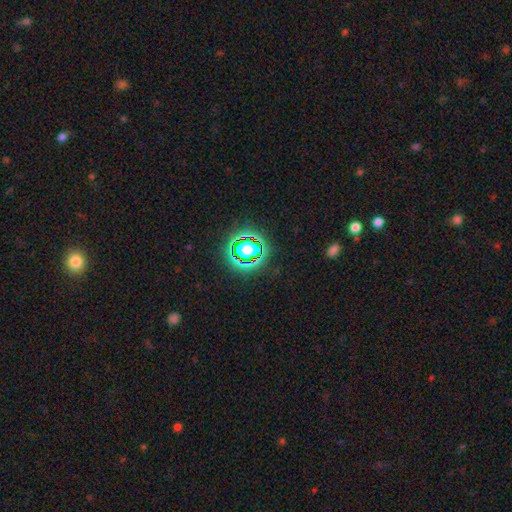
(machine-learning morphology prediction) Q: Smooth or featured?
A: star or artifact (77%); runner-up: smooth (15%)